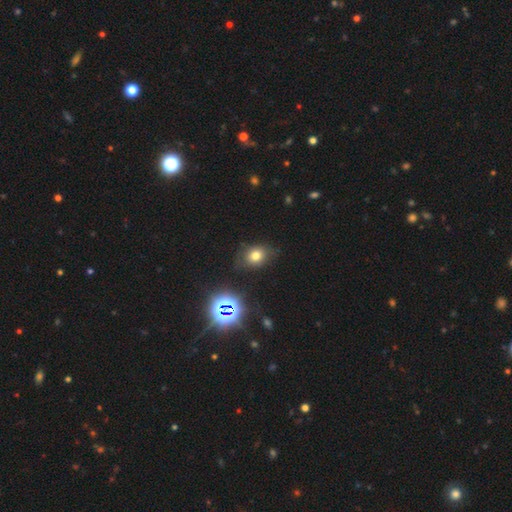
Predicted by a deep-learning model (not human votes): smooth_or_featured: smooth (p=0.70) [alt: star or artifact p=0.19]
how_rounded: round (p=0.53) [alt: in between p=0.46]
merging: none (p=0.74) [alt: minor disturbance p=0.18]